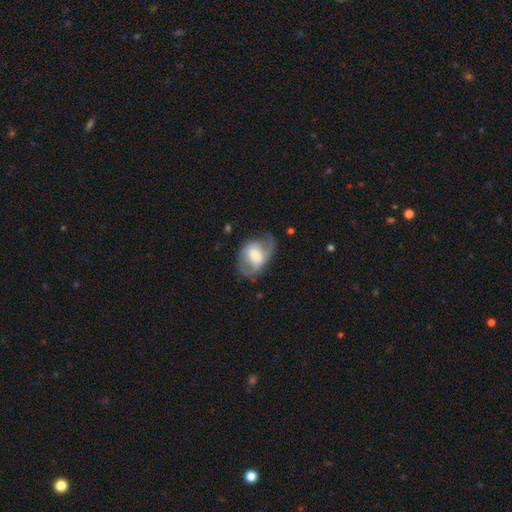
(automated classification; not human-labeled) smooth_or_featured: featured or disk (p=0.51) [alt: smooth p=0.42]
disk_edge_on: no (p=0.94) [alt: yes p=0.06]
merging: none (p=0.52) [alt: minor disturbance p=0.26]